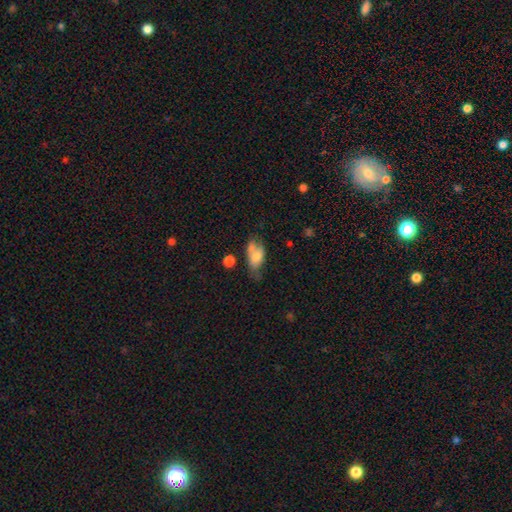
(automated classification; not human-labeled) smooth_or_featured: smooth (p=0.64) [alt: featured or disk p=0.27]
how_rounded: in between (p=0.88) [alt: round p=0.06]
merging: none (p=0.31) [alt: minor disturbance p=0.30]